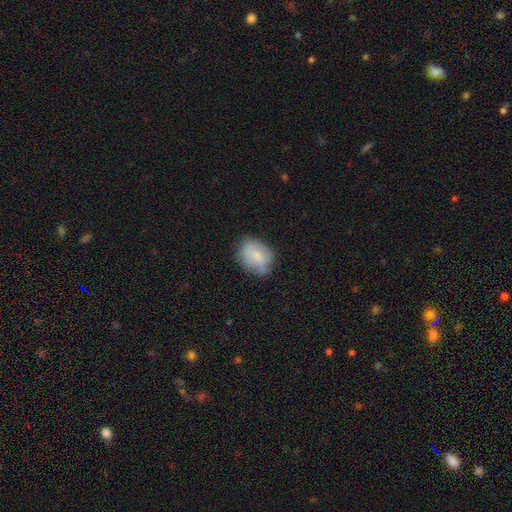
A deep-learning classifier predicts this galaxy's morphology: smooth 72%, featured or disk 21%, star or artifact 8%. Down the decision tree: how rounded — in between (66%); merging — none (58%).